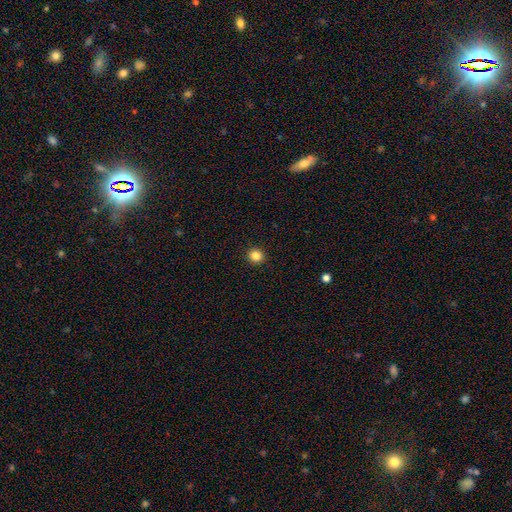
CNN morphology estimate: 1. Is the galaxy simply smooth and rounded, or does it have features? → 84% smooth, 12% star or artifact, 4% featured or disk.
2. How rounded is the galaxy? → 90% round, 9% in between, 1% cigar-shaped.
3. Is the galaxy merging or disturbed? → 93% none, 4% minor disturbance, 1% major disturbance, 1% merger.